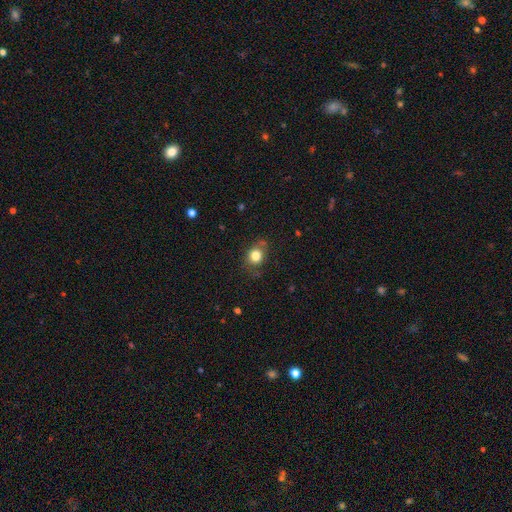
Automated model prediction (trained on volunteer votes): This is clearly a smooth galaxy (81%). How rounded: likely round (67%). Merging: likely none (72%).